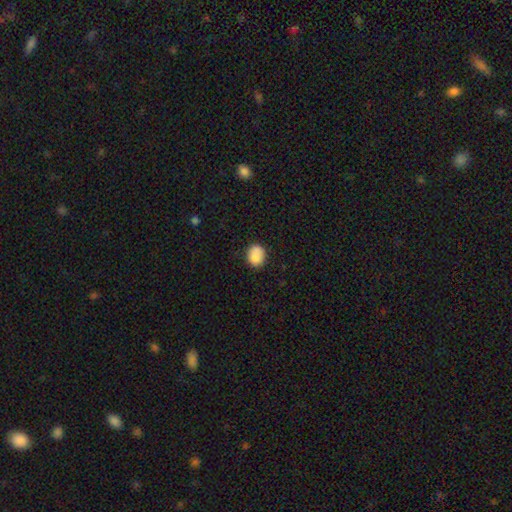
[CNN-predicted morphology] smooth-or-featured: smooth: 87% | star or artifact: 8% | featured or disk: 5%
  how-rounded: round: 63% | in between: 36% | cigar-shaped: 1%
  merging: none: 81% | minor disturbance: 15% | major disturbance: 3% | merger: 2%